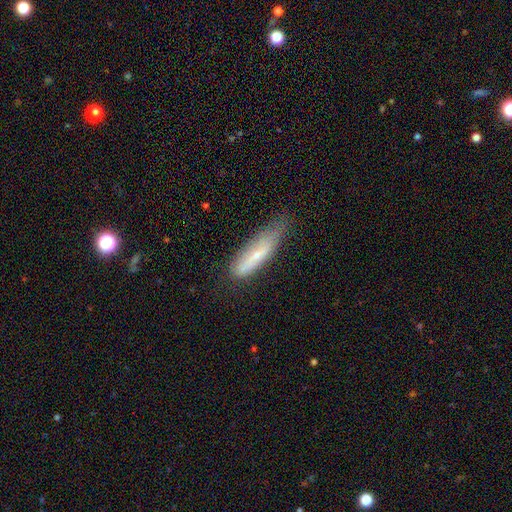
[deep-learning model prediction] Q: Smooth or featured?
A: smooth (59%); runner-up: featured or disk (33%)
Q: How rounded?
A: cigar-shaped (72%); runner-up: in between (26%)
Q: Merging?
A: none (52%); runner-up: minor disturbance (34%)